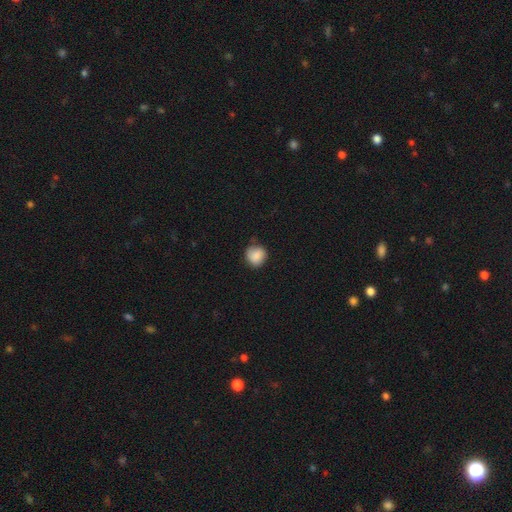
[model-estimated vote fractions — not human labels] smooth 86%, star or artifact 8%, featured or disk 6%. Down the decision tree: how rounded — round (83%); merging — none (71%).